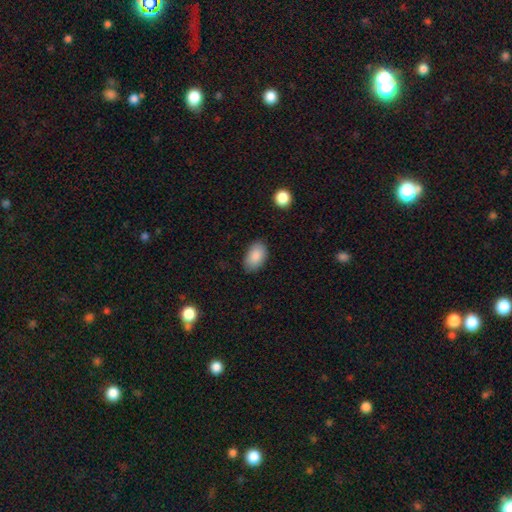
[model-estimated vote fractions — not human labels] Smooth or featured?
  - smooth: 88% *
  - star or artifact: 7%
  - featured or disk: 5%
How rounded?
  - in between: 93% *
  - round: 6%
  - cigar-shaped: 1%
Merging?
  - none: 82% *
  - minor disturbance: 14%
  - major disturbance: 3%
  - merger: 1%